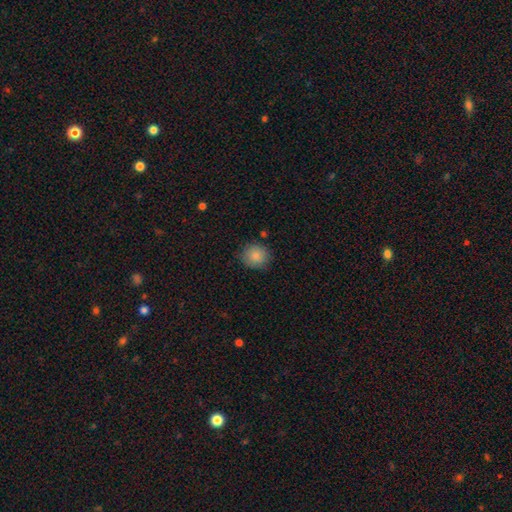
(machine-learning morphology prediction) smooth_or_featured: smooth (p=0.86) [alt: star or artifact p=0.08]
how_rounded: round (p=0.85) [alt: in between p=0.14]
merging: none (p=0.83) [alt: minor disturbance p=0.12]